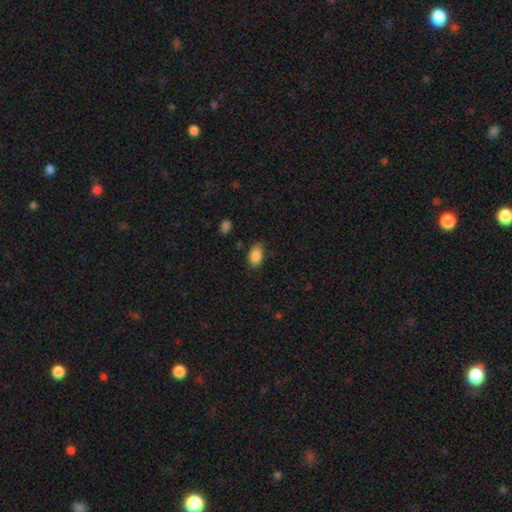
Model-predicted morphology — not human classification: A smooth galaxy with no disk features (87%) that is in between round and cigar-shaped (89%). Merging: none (77%).